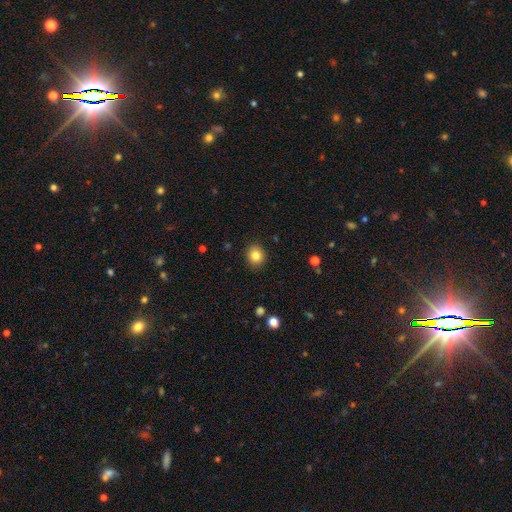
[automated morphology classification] Overall: smooth (83%). How rounded: round (75%). Merging: none (90%).